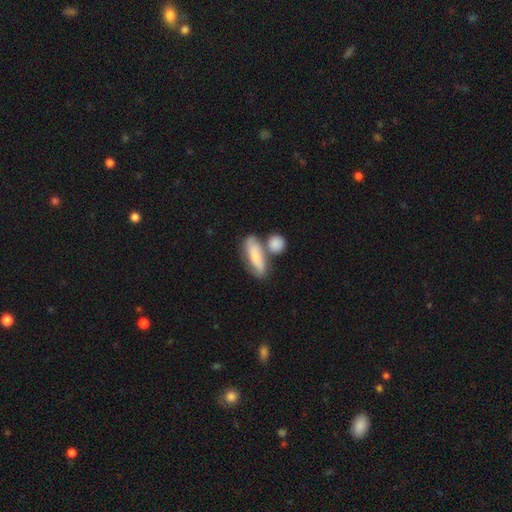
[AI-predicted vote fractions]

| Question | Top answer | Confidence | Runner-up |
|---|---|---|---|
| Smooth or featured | smooth | 59% | featured or disk (35%) |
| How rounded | in between | 58% | cigar-shaped (37%) |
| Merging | none | 48% | merger (31%) |